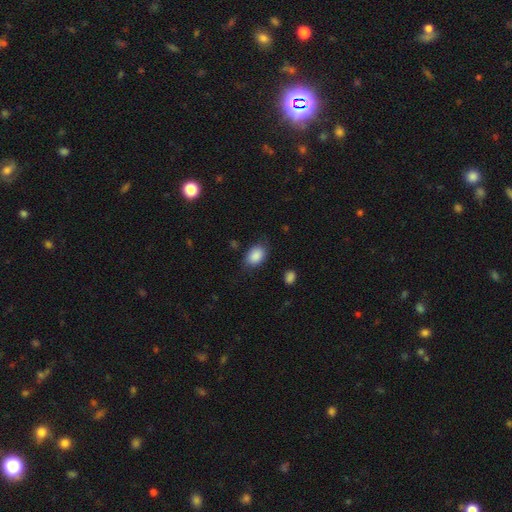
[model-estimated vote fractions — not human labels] This appears to be a smooth galaxy with no disk features (88%) that is in between round and cigar-shaped (81%). Merging: none (74%).